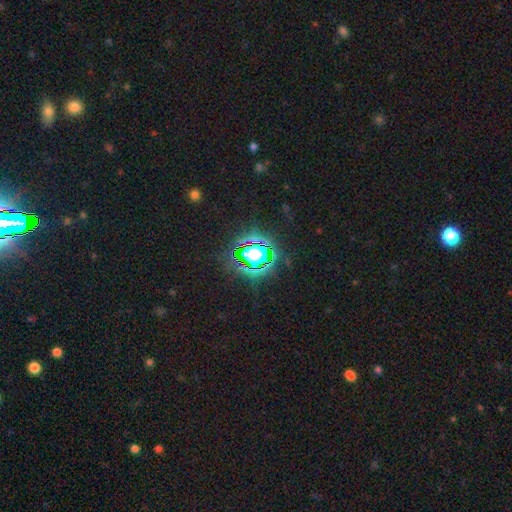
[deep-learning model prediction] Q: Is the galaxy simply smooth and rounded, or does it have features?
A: star or artifact — 74%.